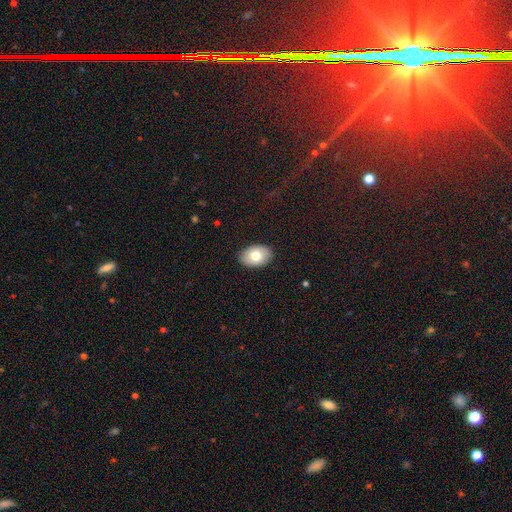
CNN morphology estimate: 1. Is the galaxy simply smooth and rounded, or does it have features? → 75% smooth, 18% featured or disk, 7% star or artifact.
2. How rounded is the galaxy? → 86% in between, 12% round, 1% cigar-shaped.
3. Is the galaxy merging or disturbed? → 89% none, 8% minor disturbance, 2% major disturbance, 1% merger.